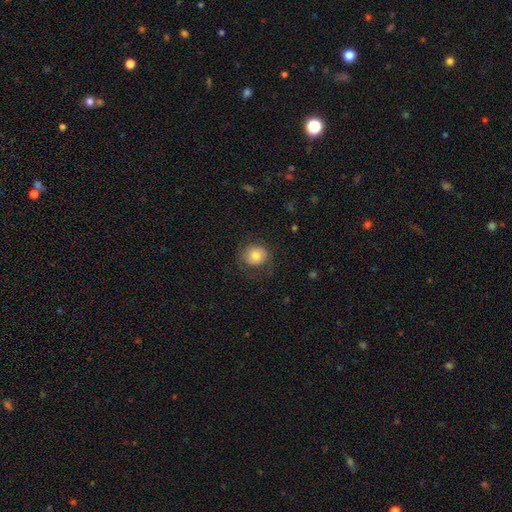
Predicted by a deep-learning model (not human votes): The model was most divided on "merging": none: 68%, minor disturbance: 18%, major disturbance: 13%, merger: 1%. More confident: how rounded — round (80%); smooth or featured — smooth (77%).